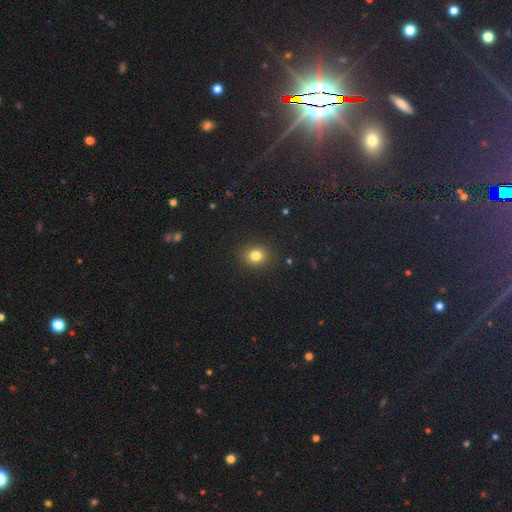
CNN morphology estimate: Smooth or featured? Predicted: smooth (p=0.81). How rounded? Predicted: round (p=0.68). Merging? Predicted: none (p=0.89).